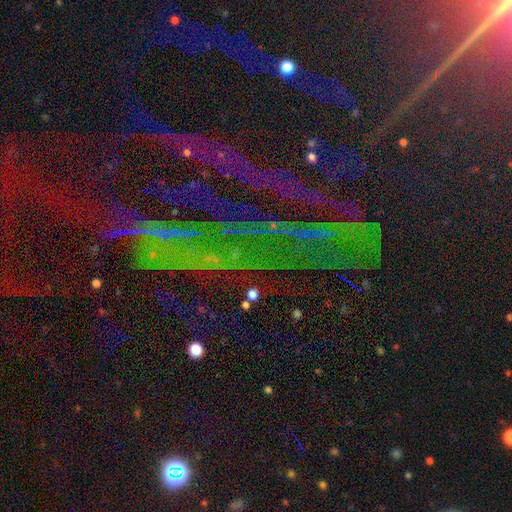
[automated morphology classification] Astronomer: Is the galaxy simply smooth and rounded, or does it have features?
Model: star or artifact — 86%.